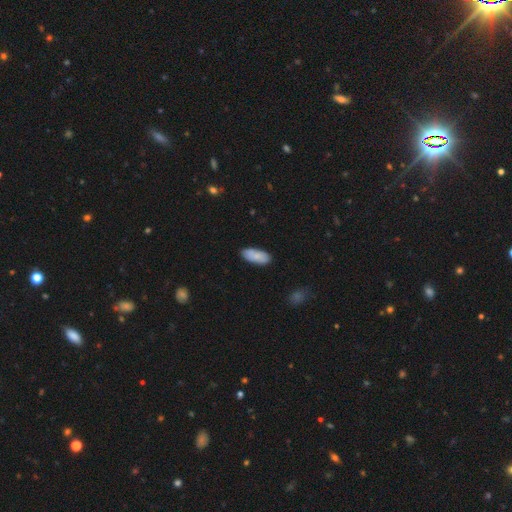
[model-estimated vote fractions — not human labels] Smooth or featured? smooth (84%)
How rounded? in between (86%)
Merging? none (81%)